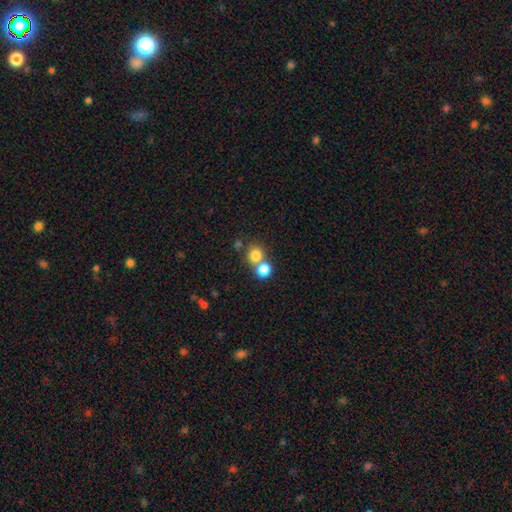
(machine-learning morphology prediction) Smooth or featured? Predicted: smooth (p=0.79). How rounded? Predicted: round (p=0.87). Merging? Predicted: none (p=0.52).